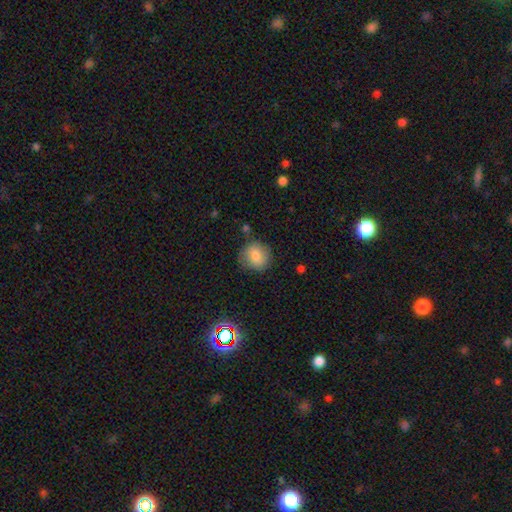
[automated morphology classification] smooth 78%, featured or disk 12%, star or artifact 10%. Down the decision tree: how rounded — round (87%); merging — none (78%).